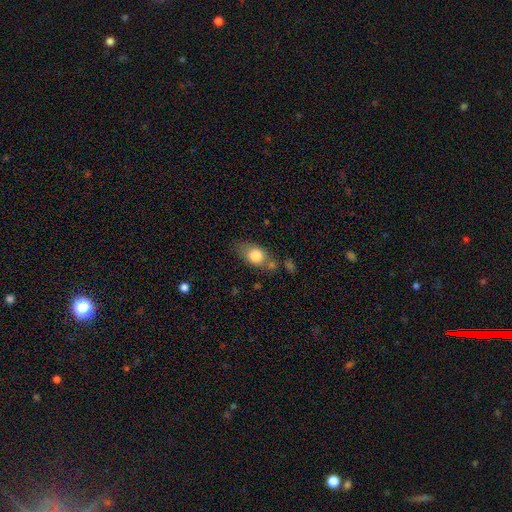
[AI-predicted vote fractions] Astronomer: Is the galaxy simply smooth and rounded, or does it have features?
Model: smooth — 78%.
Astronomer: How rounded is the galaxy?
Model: in between — 74%.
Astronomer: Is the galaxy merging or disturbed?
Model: none — 54%.